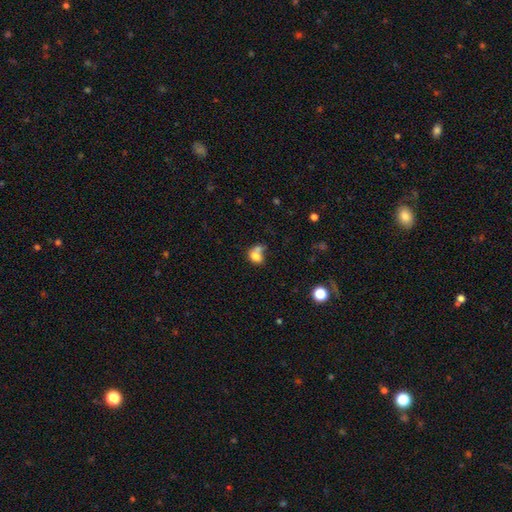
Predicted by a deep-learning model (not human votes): A smooth galaxy with no disk features (75%) that is in between round and cigar-shaped (57%). Merging: merger (53%).